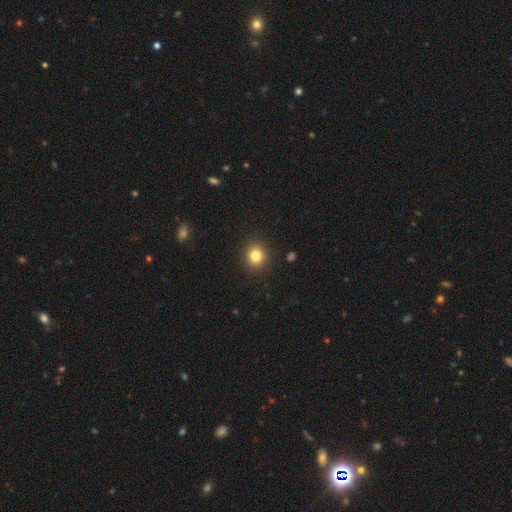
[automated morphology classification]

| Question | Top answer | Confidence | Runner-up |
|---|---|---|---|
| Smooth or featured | smooth | 82% | star or artifact (12%) |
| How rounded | round | 86% | in between (13%) |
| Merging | none | 91% | minor disturbance (6%) |